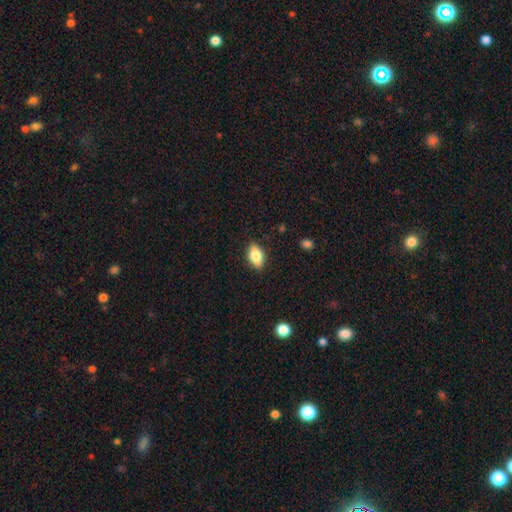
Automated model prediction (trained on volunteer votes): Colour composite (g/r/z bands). It shows a smooth galaxy with no disk features (77%) that is in between round and cigar-shaped (88%). Merging: none (86%).